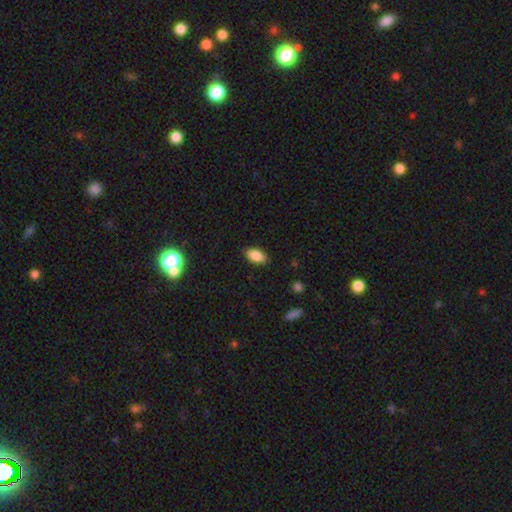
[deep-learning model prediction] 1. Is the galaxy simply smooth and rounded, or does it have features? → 85% smooth, 8% star or artifact, 6% featured or disk.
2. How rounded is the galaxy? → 92% in between, 5% round, 3% cigar-shaped.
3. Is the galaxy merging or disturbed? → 86% none, 11% minor disturbance, 2% major disturbance, 1% merger.